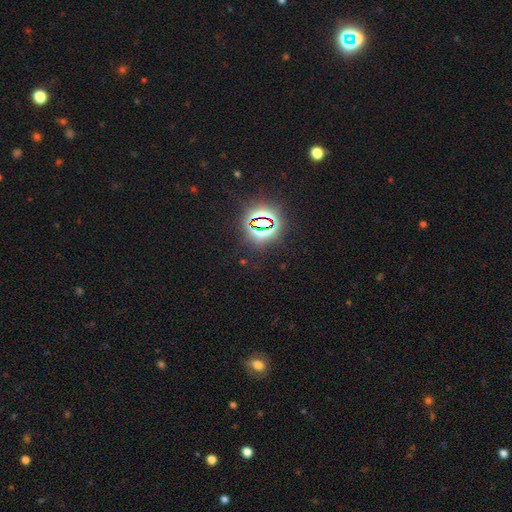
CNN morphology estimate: This is clearly a star or artifact rather than a galaxy (81%).